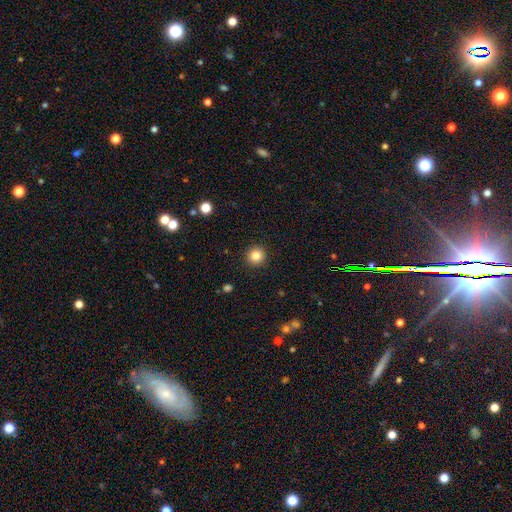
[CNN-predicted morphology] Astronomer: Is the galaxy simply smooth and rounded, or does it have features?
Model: smooth — 84%.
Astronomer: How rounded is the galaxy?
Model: round — 94%.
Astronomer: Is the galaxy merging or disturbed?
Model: none — 92%.